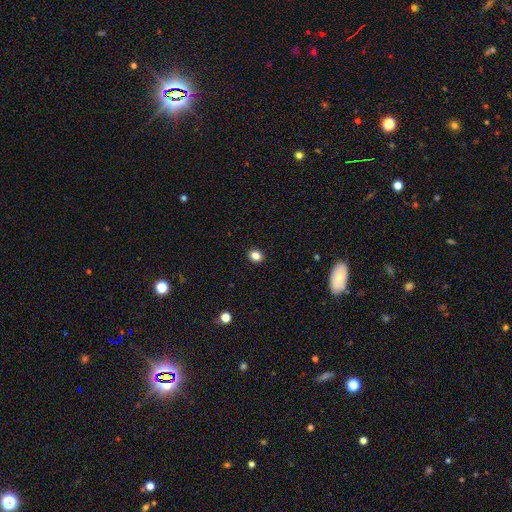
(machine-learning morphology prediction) Smooth or featured? Predicted: smooth (p=0.84). How rounded? Predicted: round (p=0.60). Merging? Predicted: none (p=0.92).